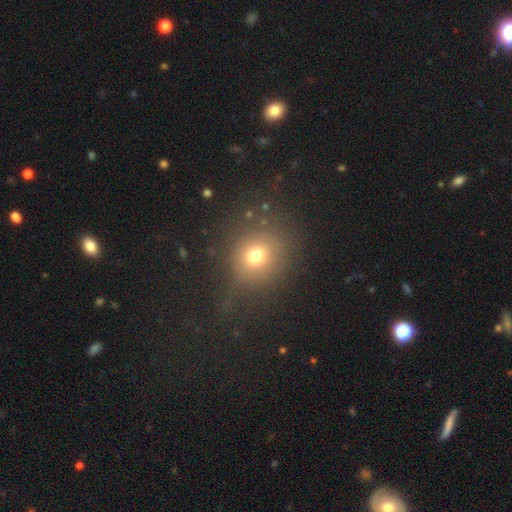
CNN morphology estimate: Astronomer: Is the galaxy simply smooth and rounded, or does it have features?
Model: smooth — 71%.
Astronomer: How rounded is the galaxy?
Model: round — 75%.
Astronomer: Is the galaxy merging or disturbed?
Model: none — 67%.